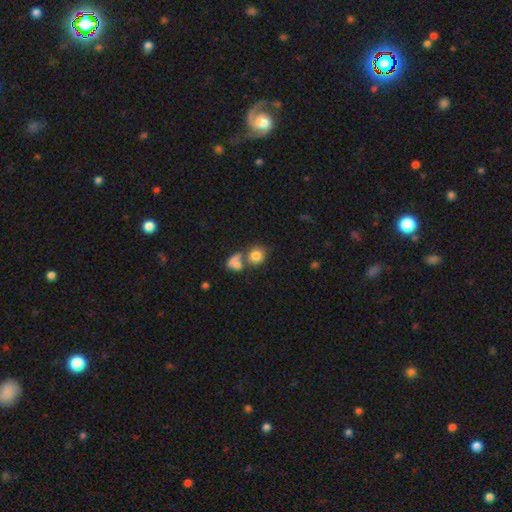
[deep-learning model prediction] A smooth galaxy with no disk features (80%) that is round (77%). Merging: none (49%).